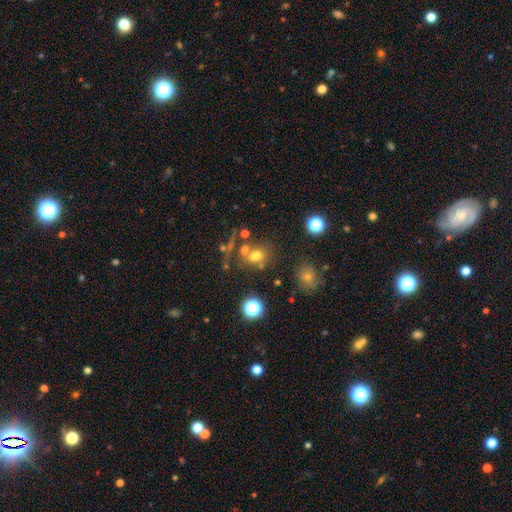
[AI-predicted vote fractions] A smooth galaxy with no disk features (66%) that is round (57%).

Vote fractions:
- Smooth or featured? smooth: 66% / star or artifact: 21% / featured or disk: 13%
- How rounded? round: 57% / in between: 41% / cigar-shaped: 1%
- Merging? none: 51% / merger: 28% / minor disturbance: 13% / major disturbance: 8%